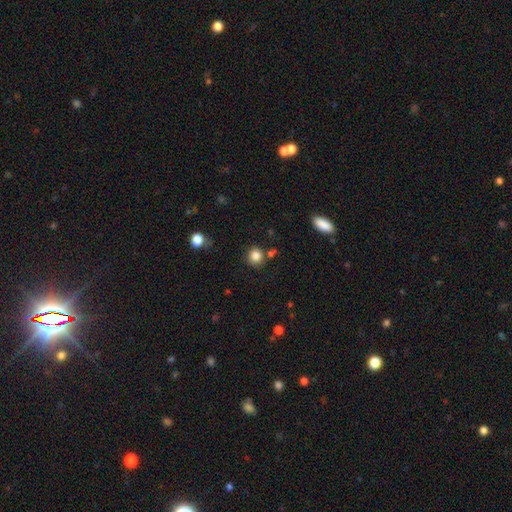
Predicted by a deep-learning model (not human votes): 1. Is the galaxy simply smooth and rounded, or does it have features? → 84% smooth, 11% star or artifact, 5% featured or disk.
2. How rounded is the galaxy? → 89% round, 10% in between, 1% cigar-shaped.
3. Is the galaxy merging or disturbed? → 80% none, 10% minor disturbance, 7% merger, 3% major disturbance.